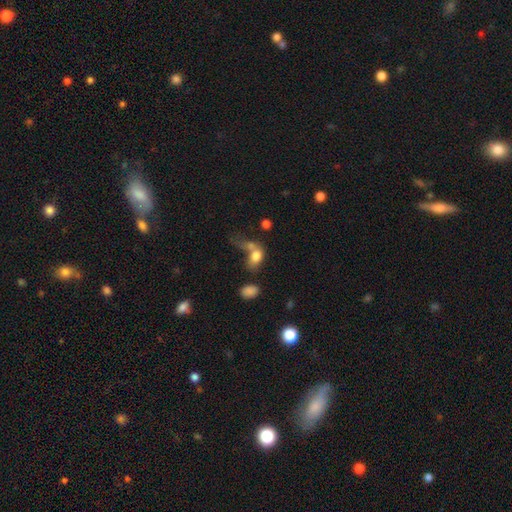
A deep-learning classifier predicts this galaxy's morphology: smooth-or-featured: smooth: 74% | featured or disk: 15% | star or artifact: 10%
  how-rounded: in between: 75% | round: 22% | cigar-shaped: 3%
  merging: merger: 44% | major disturbance: 23% | none: 21% | minor disturbance: 13%